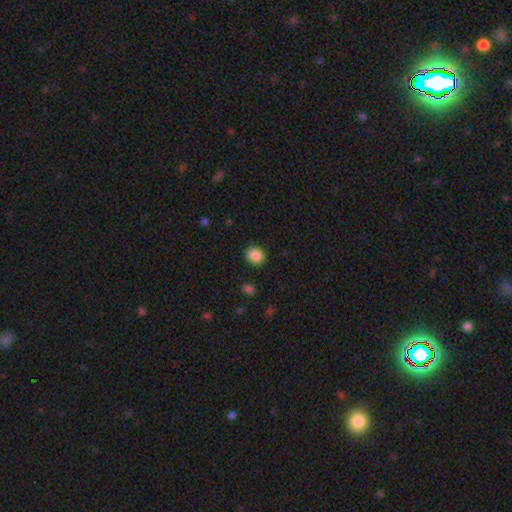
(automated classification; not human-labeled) Smooth or featured: smooth — 86% (star or artifact — 9%)
How rounded: round — 70% (in between — 29%)
Merging: none — 85% (minor disturbance — 11%)